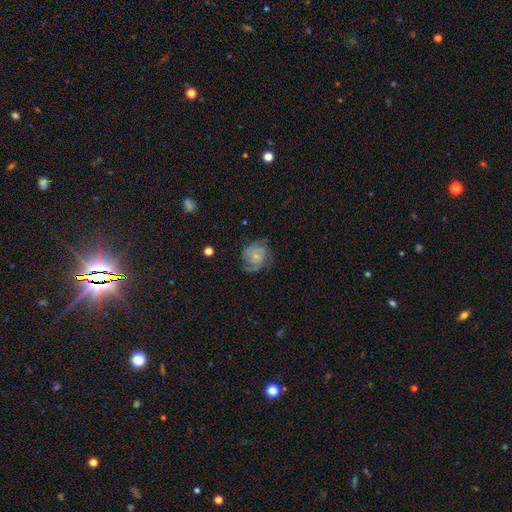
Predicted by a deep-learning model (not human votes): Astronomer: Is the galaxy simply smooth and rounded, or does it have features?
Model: featured or disk — 69%.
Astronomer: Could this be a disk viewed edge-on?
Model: no — 98%.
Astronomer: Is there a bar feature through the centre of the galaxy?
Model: no — 74%.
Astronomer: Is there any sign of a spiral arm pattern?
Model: yes — 89%.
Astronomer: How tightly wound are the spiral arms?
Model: tight — 46% (runner-up: medium, 39%).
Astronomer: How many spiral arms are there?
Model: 2 — 46% (runner-up: can't tell, 25%).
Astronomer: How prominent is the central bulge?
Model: small — 68%.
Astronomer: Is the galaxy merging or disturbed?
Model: none — 62%.